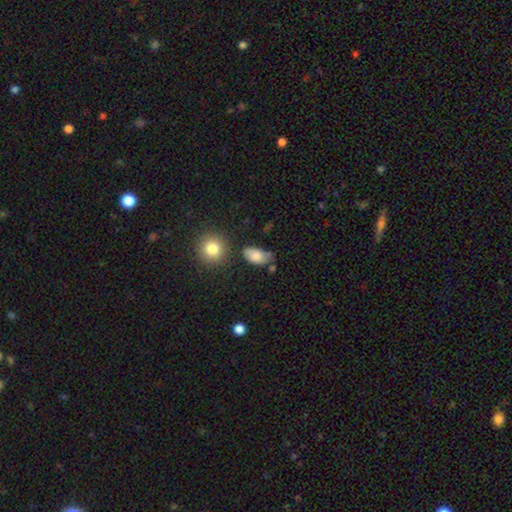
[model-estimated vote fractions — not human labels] A smooth galaxy with no disk features (81%) that is in between round and cigar-shaped (89%).

Vote fractions:
- Smooth or featured? smooth: 81% / featured or disk: 10% / star or artifact: 9%
- How rounded? in between: 89% / round: 9% / cigar-shaped: 2%
- Merging? none: 57% / minor disturbance: 27% / merger: 8% / major disturbance: 7%